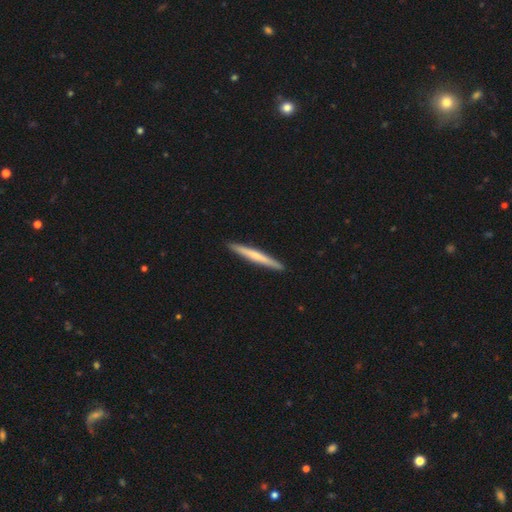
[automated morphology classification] Overall: smooth (51%; featured or disk 44%). How rounded: cigar-shaped (97%). Merging: none (93%).